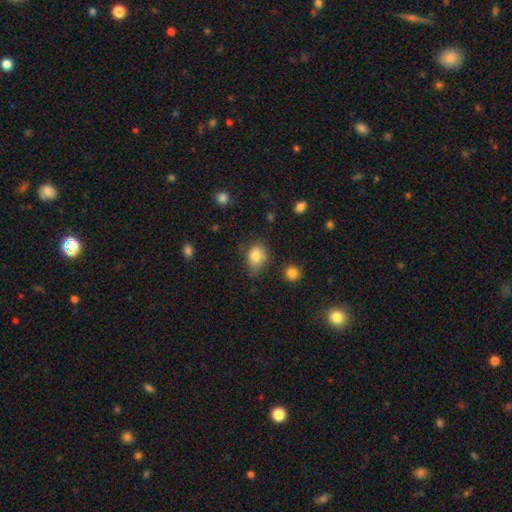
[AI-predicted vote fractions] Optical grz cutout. It shows a smooth galaxy with no disk features (79%) that is in between round and cigar-shaped (59%). Merging: none (60%).